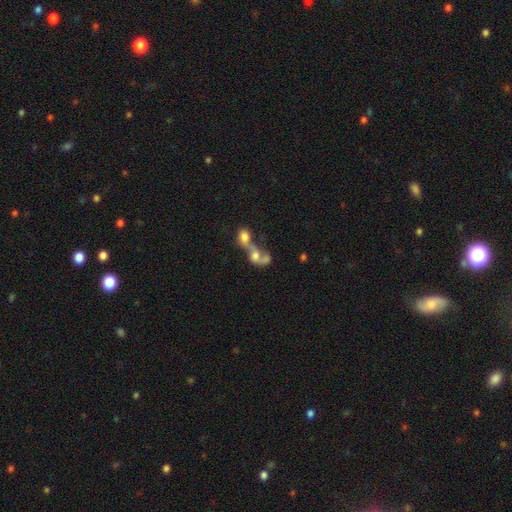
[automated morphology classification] type=smooth (52%); roundness=in between (60%); merging=merger (80%).